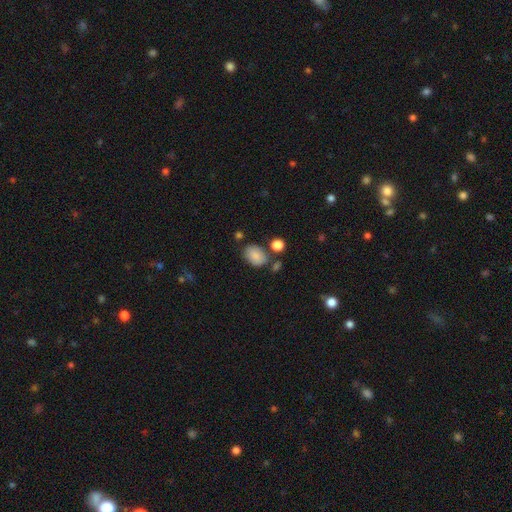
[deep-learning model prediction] A smooth galaxy with no disk features (84%) that is in between round and cigar-shaped (79%). Merging: none (69%).